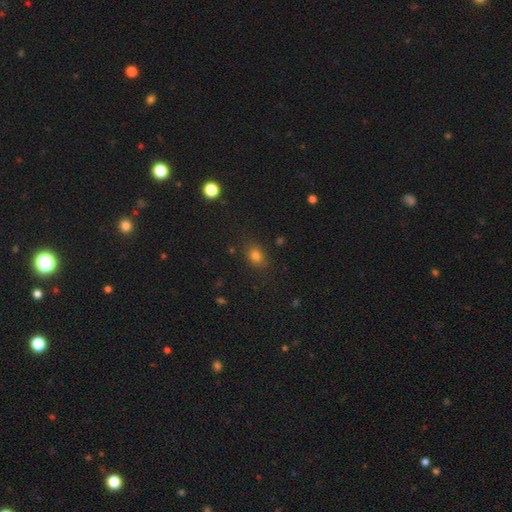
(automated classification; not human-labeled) smooth 77%, star or artifact 15%, featured or disk 7%. Down the decision tree: how rounded — in between (56%); merging — none (83%).